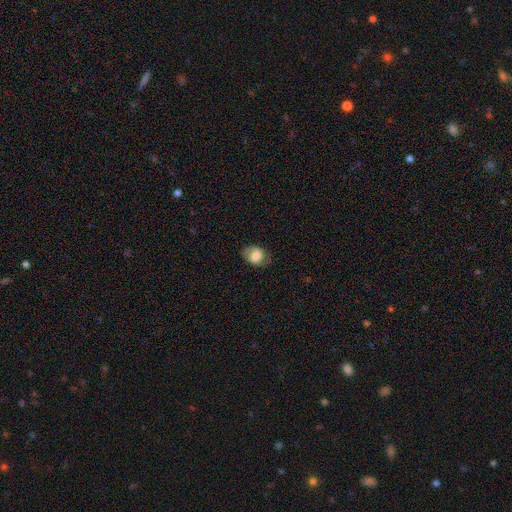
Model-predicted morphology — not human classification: smooth_or_featured: smooth (p=0.63) [alt: featured or disk p=0.28]
how_rounded: in between (p=0.63) [alt: round p=0.36]
merging: none (p=0.71) [alt: minor disturbance p=0.19]